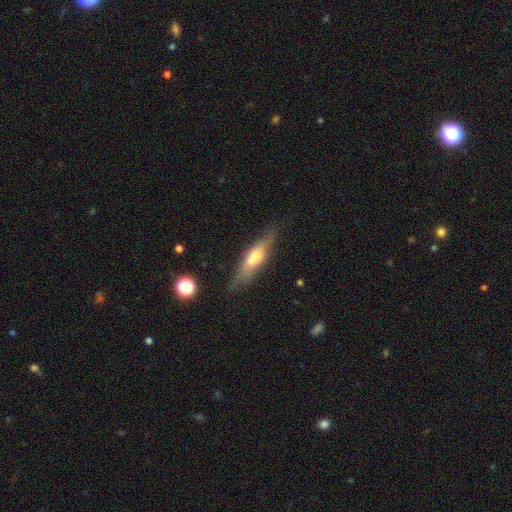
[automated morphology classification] smooth_or_featured: smooth (p=0.51) [alt: featured or disk p=0.42]
how_rounded: cigar-shaped (p=0.64) [alt: in between p=0.34]
merging: none (p=0.63) [alt: minor disturbance p=0.19]